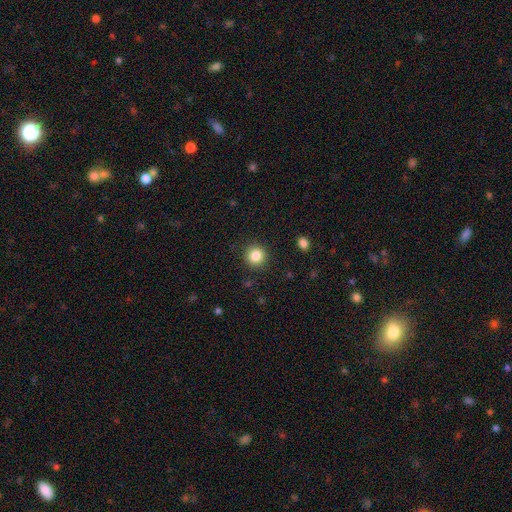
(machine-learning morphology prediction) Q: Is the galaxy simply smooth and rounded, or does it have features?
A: smooth — 84%.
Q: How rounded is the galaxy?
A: round — 93%.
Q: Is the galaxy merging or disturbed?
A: none — 91%.